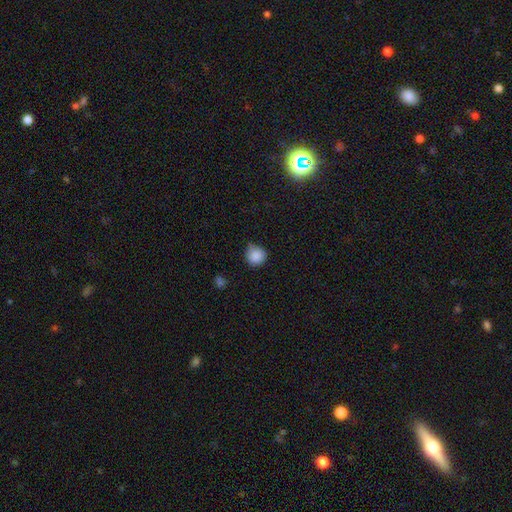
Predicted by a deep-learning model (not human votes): A smooth galaxy with no disk features (87%) that is round (90%).

Vote fractions:
- Smooth or featured? smooth: 87% / star or artifact: 9% / featured or disk: 4%
- How rounded? round: 90% / in between: 9% / cigar-shaped: 1%
- Merging? none: 65% / minor disturbance: 29% / major disturbance: 5% / merger: 2%